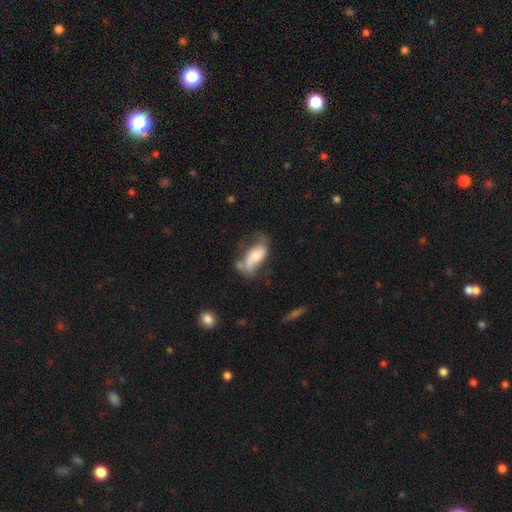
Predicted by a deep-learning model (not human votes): smooth 49%, featured or disk 43%, star or artifact 8%. Down the decision tree: merging — none (37%).